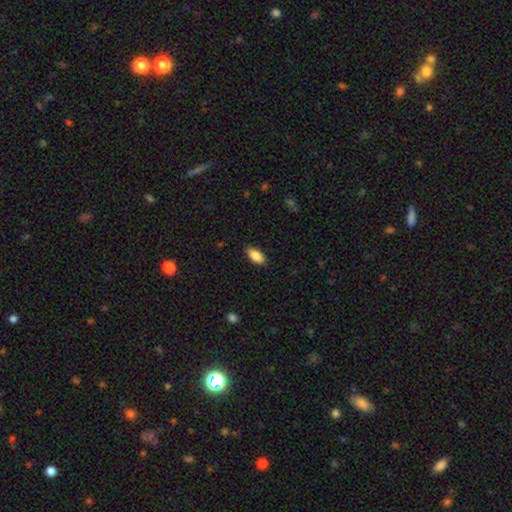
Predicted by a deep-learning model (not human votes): Smooth or featured: smooth — 87% (star or artifact — 7%)
How rounded: in between — 90% (cigar-shaped — 7%)
Merging: none — 87% (minor disturbance — 10%)